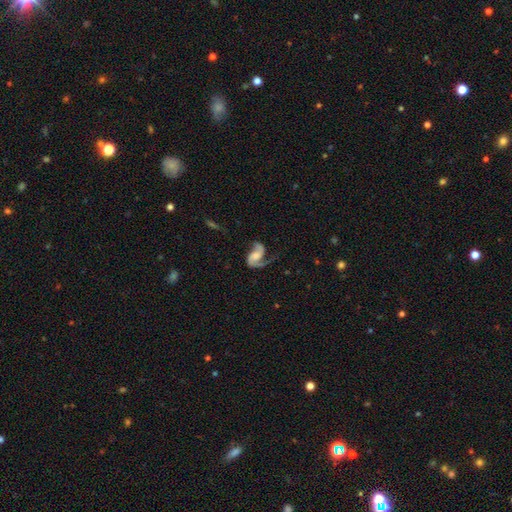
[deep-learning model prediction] Overall: featured or disk (86%). Edge-on disk: no (98%). Bar: no (45%; weak 38%). Spiral arms: yes (97%). Spiral arm count: 2 (81%). Spiral winding: medium (45%; loose 43%). Bulge size: moderate (31%; none 25%). Merging: none (55%; major disturbance 23%).